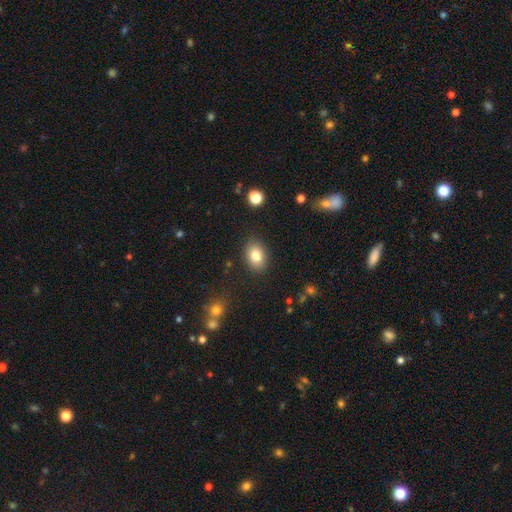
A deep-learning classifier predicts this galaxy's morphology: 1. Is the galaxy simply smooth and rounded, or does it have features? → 82% smooth, 9% featured or disk, 9% star or artifact.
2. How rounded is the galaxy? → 78% in between, 21% round, 1% cigar-shaped.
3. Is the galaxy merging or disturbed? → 86% none, 10% minor disturbance, 3% major disturbance, 2% merger.